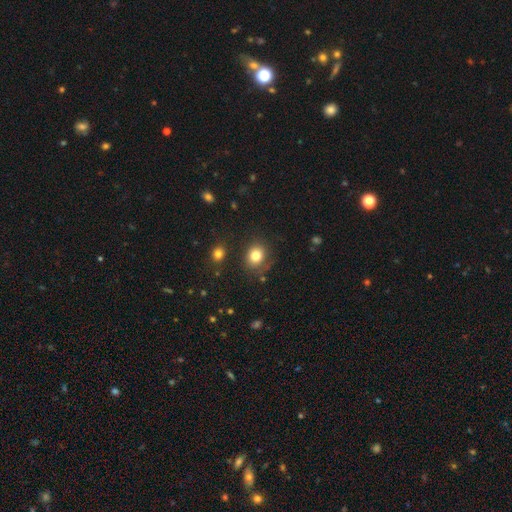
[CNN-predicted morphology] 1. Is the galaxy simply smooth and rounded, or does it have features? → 80% smooth, 11% star or artifact, 8% featured or disk.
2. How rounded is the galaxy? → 69% round, 30% in between, 1% cigar-shaped.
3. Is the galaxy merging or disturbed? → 78% none, 13% minor disturbance, 5% major disturbance, 3% merger.